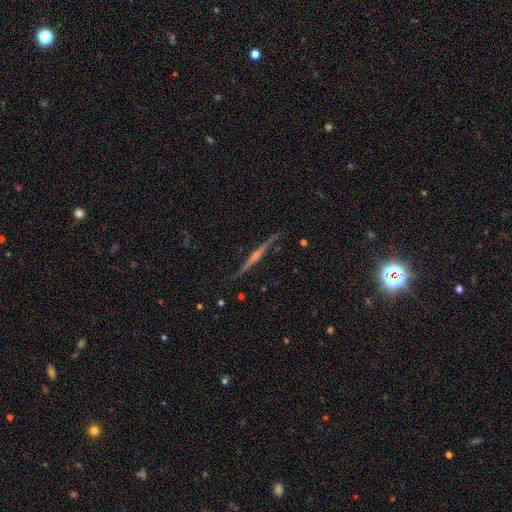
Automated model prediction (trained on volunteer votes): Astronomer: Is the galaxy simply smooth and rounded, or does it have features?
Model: featured or disk — 80%.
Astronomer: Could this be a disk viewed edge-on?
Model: yes — 98%.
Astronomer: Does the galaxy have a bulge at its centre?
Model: rounded — 65%.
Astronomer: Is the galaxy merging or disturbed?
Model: none — 89%.